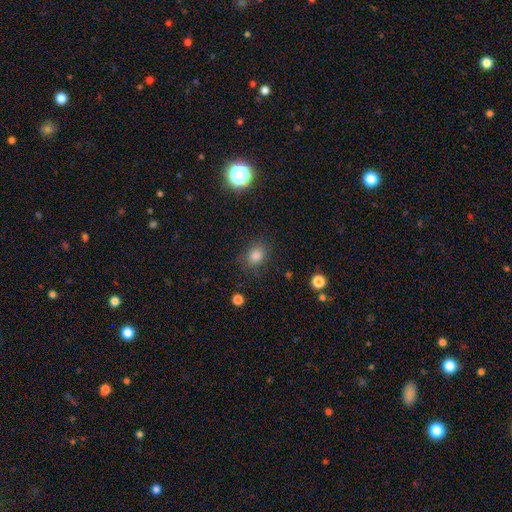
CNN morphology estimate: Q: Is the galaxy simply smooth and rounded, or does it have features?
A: smooth — 80%.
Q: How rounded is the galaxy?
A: round — 53%.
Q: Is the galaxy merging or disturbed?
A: none — 81%.